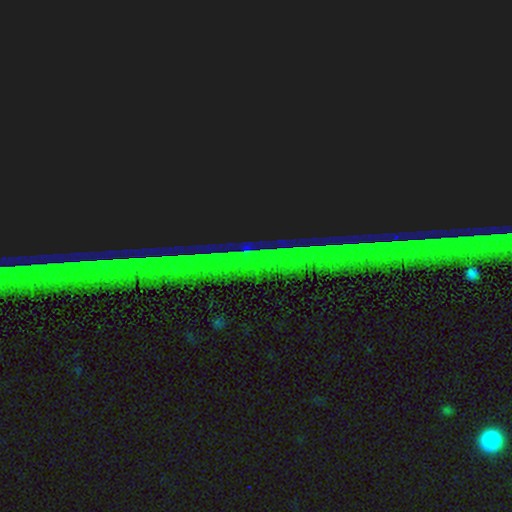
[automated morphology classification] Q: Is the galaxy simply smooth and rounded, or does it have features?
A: star or artifact — 85%.